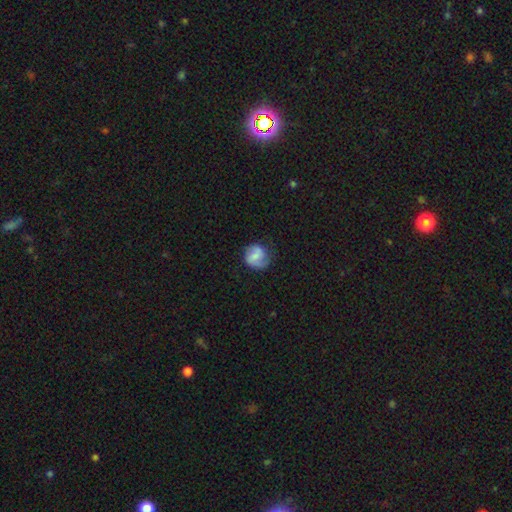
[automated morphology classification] featured or disk 50%, smooth 43%, star or artifact 7%. Down the decision tree: merging — none (71%).